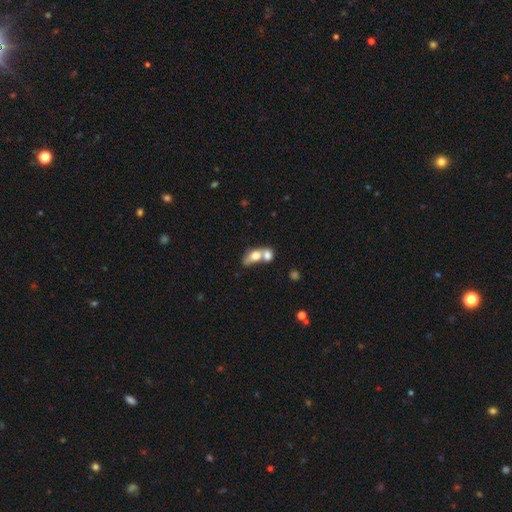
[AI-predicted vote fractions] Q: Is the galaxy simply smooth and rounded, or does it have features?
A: smooth — 69%.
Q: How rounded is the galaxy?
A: in between — 74%.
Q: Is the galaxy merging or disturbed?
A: merger — 71%.